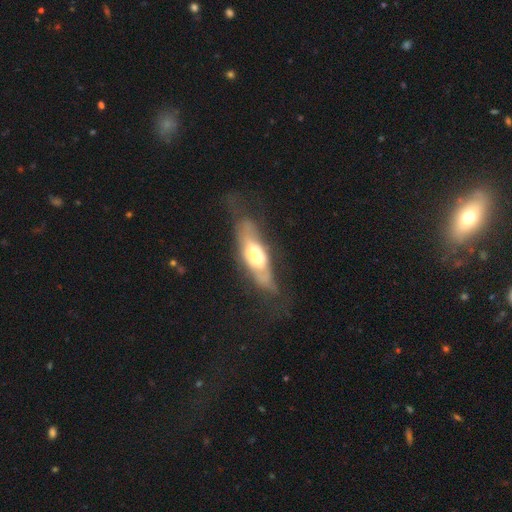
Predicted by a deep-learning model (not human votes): This appears to be a featured or disk galaxy (50%). Merging: none (47%).